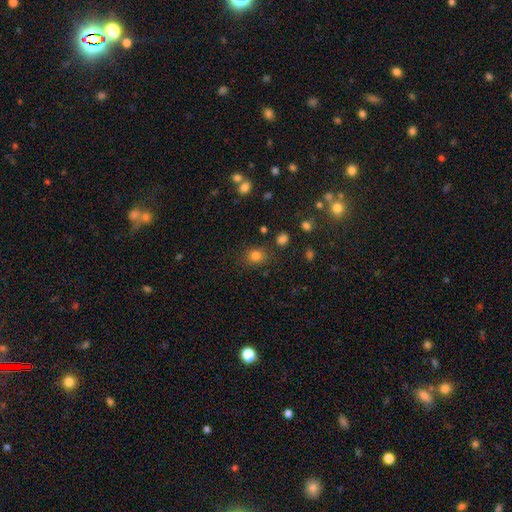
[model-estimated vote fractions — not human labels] smooth_or_featured: smooth (p=0.80) [alt: star or artifact p=0.14]
how_rounded: round (p=0.64) [alt: in between p=0.35]
merging: none (p=0.80) [alt: minor disturbance p=0.12]